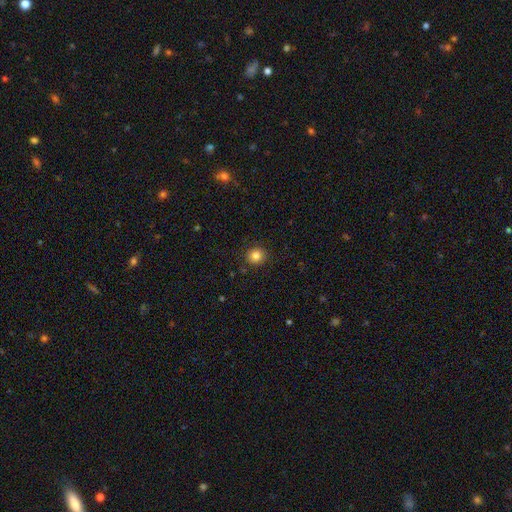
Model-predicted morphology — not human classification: A smooth galaxy with no disk features (83%) that is round (86%).

Vote fractions:
- Smooth or featured? smooth: 83% / star or artifact: 11% / featured or disk: 6%
- How rounded? round: 86% / in between: 13% / cigar-shaped: 1%
- Merging? none: 89% / minor disturbance: 7% / major disturbance: 2% / merger: 1%